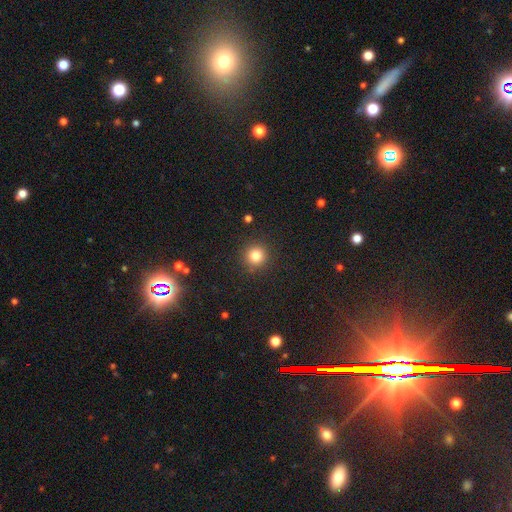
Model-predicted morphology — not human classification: The model was most divided on "smooth or featured": smooth: 81%, star or artifact: 13%, featured or disk: 6%. More confident: how rounded — round (94%); merging — none (90%).